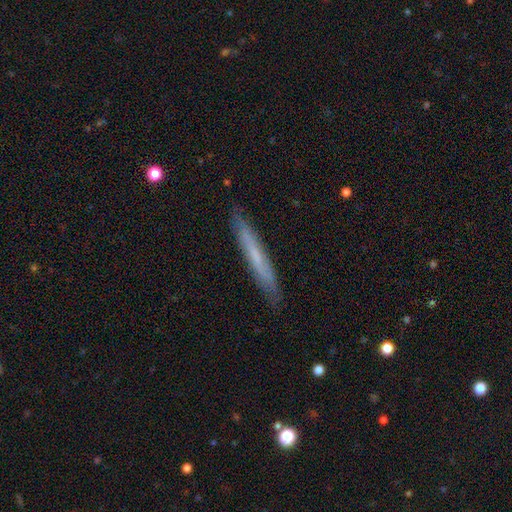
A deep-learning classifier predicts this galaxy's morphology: smooth_or_featured: smooth (p=0.51) [alt: featured or disk p=0.43]
how_rounded: cigar-shaped (p=0.95) [alt: in between p=0.03]
merging: none (p=0.87) [alt: minor disturbance p=0.10]